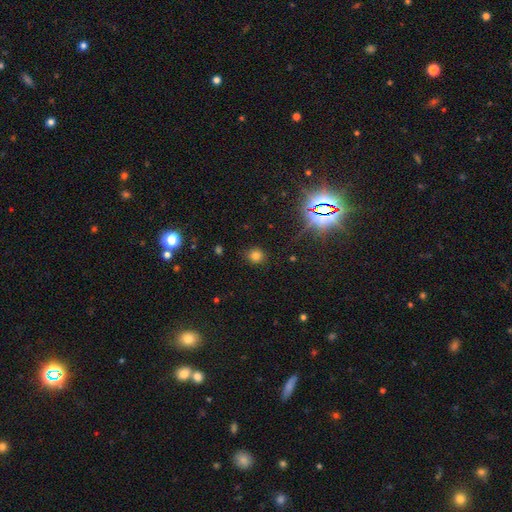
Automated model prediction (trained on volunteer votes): smooth_or_featured: smooth (p=0.72) [alt: star or artifact p=0.21]
how_rounded: round (p=0.87) [alt: in between p=0.12]
merging: none (p=0.88) [alt: minor disturbance p=0.08]